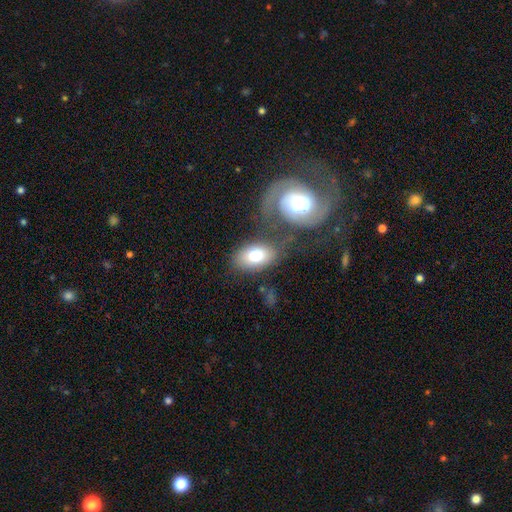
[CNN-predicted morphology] smooth-or-featured: smooth: 73% | featured or disk: 20% | star or artifact: 7%
  how-rounded: in between: 88% | round: 10% | cigar-shaped: 2%
  merging: none: 58% | merger: 18% | minor disturbance: 15% | major disturbance: 8%